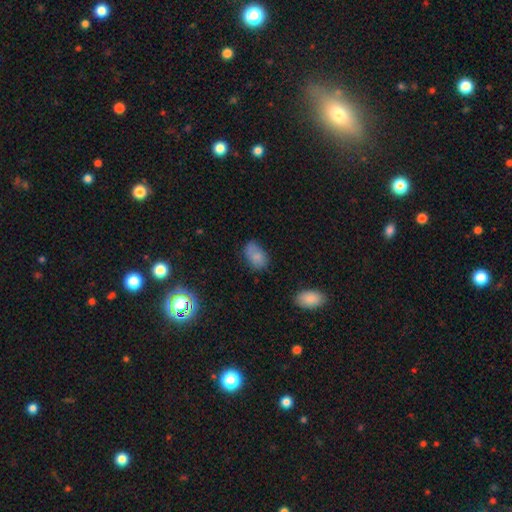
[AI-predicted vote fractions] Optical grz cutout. It shows a smooth galaxy with no disk features (78%) that is in between round and cigar-shaped (88%). Merging: none (58%).